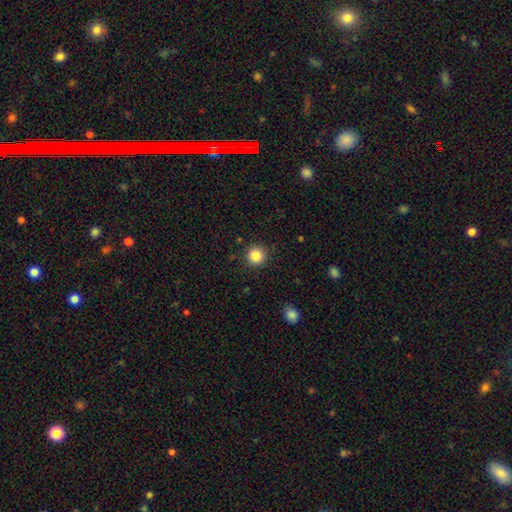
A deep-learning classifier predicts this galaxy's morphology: smooth-or-featured: smooth: 86% | star or artifact: 10% | featured or disk: 4%
  how-rounded: round: 94% | in between: 5% | cigar-shaped: 1%
  merging: none: 90% | minor disturbance: 7% | major disturbance: 2% | merger: 1%